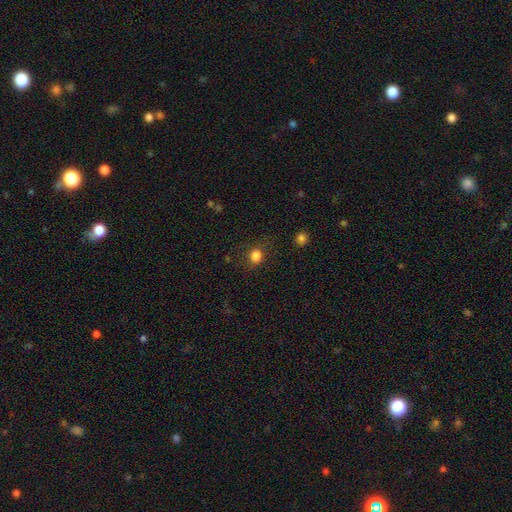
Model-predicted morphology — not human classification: Smooth or featured: smooth — 82% (star or artifact — 13%)
How rounded: round — 67% (in between — 32%)
Merging: none — 75% (minor disturbance — 16%)